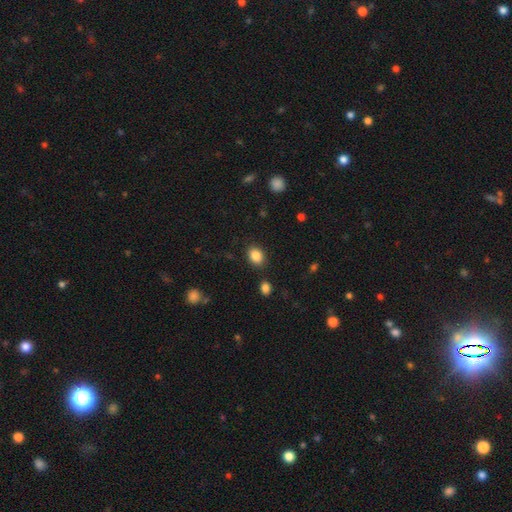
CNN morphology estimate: Overall: smooth (86%). How rounded: in between (62%; round 37%). Merging: none (85%).